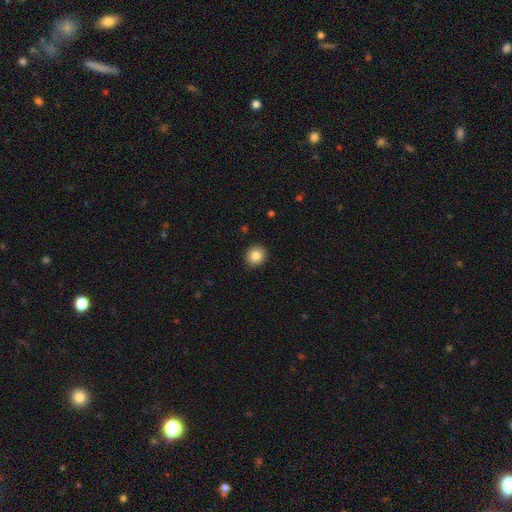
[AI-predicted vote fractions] Morphology: type=smooth (85%); roundness=round (86%); merging=none (91%).